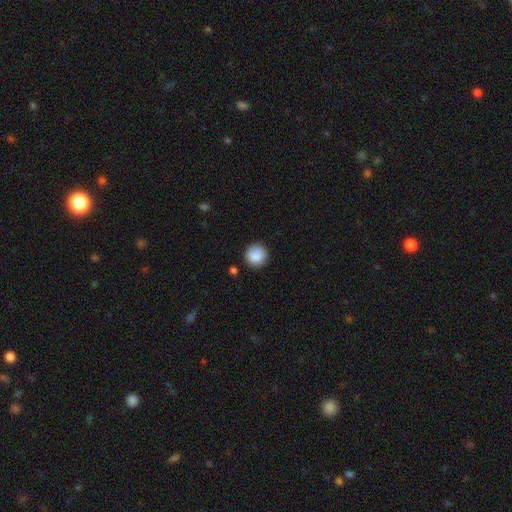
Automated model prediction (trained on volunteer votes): smooth 88%, star or artifact 8%, featured or disk 4%. Down the decision tree: how rounded — round (94%); merging — none (89%).